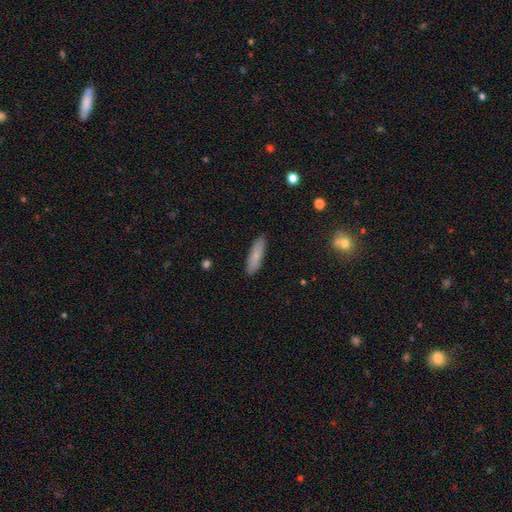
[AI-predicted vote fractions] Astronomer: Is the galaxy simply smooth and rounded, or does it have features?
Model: smooth — 78%.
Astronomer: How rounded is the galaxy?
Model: cigar-shaped — 61% (runner-up: in between, 37%).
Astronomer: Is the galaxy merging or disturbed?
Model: none — 88%.